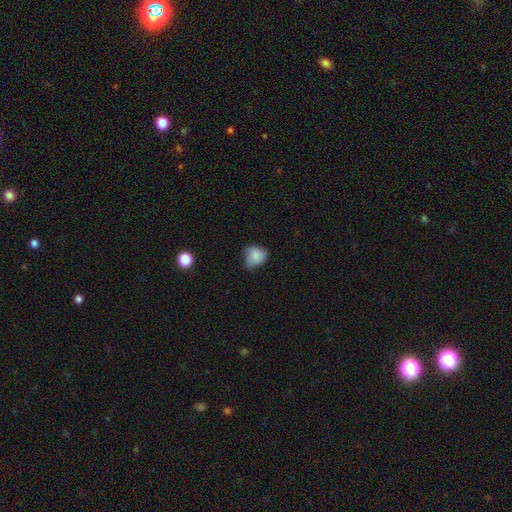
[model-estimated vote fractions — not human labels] This is likely a smooth galaxy (79%). How rounded: likely round (68%). Merging: possibly none (48%).